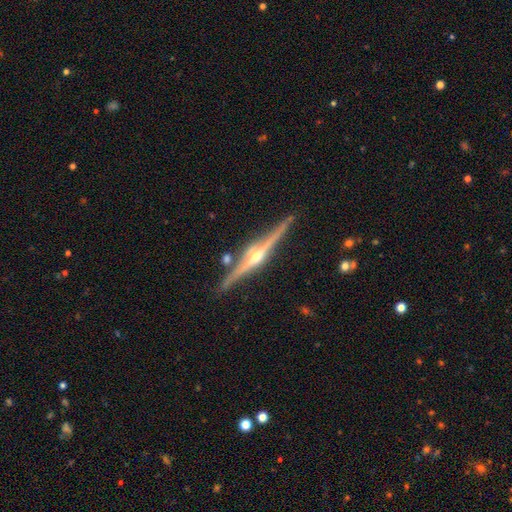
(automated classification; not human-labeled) featured or disk 89%, smooth 6%, star or artifact 5%. Down the decision tree: edge-on disk — yes (98%); edge-on bulge — rounded (93%); merging — none (87%).